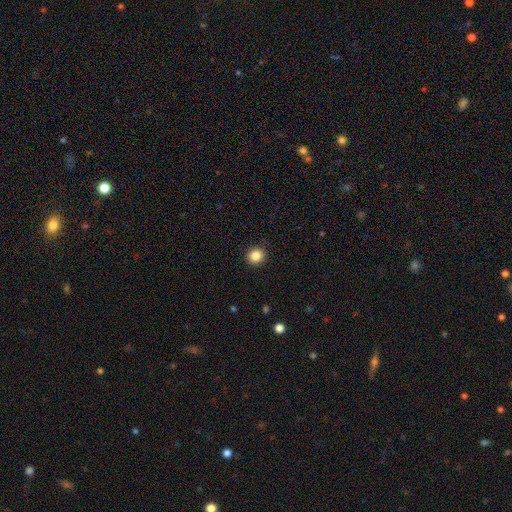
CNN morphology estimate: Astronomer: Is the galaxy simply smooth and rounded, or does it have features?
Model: smooth — 86%.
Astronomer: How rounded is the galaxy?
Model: round — 85%.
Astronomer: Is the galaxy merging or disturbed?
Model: none — 91%.